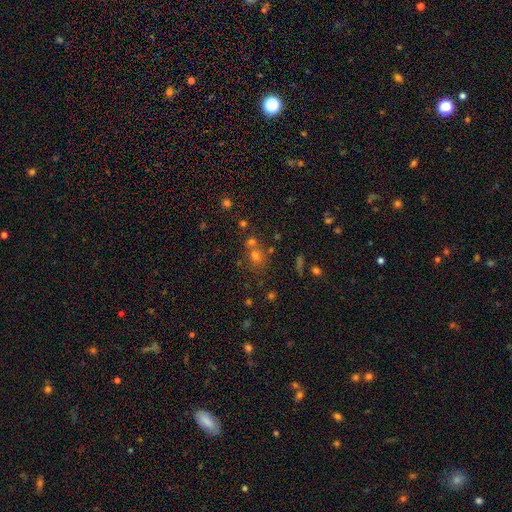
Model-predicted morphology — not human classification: Smooth or featured? smooth (57%)
How rounded? round (81%)
Merging? none (58%)